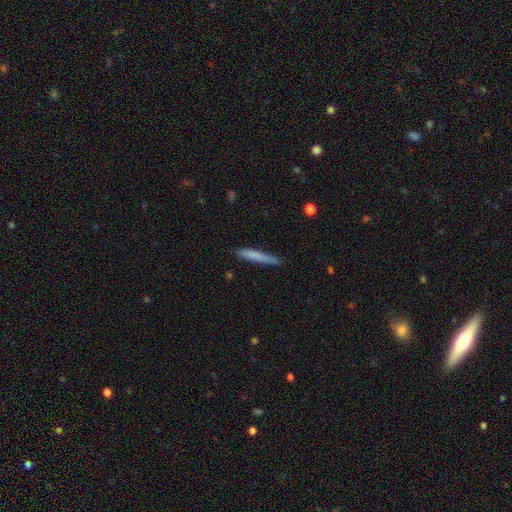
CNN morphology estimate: type=smooth (76%); roundness=cigar-shaped (94%); merging=none (81%).